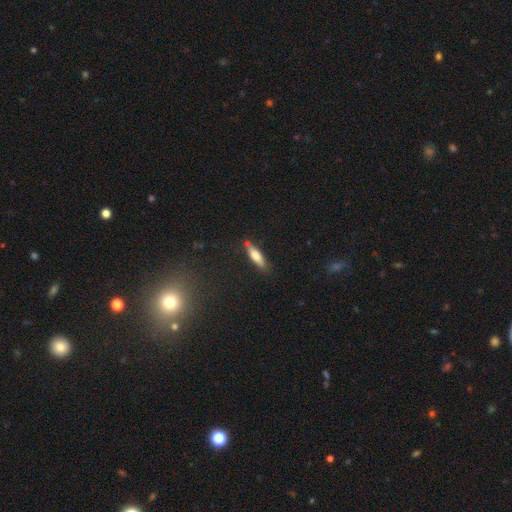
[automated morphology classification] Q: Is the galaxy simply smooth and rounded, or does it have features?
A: smooth — 69%.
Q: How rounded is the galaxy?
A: cigar-shaped — 68%.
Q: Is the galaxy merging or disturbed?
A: none — 77%.